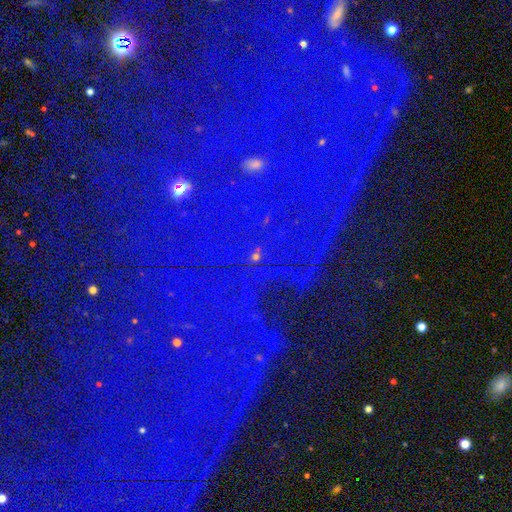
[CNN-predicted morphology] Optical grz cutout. It shows a star or artifact, not a galaxy (85%).